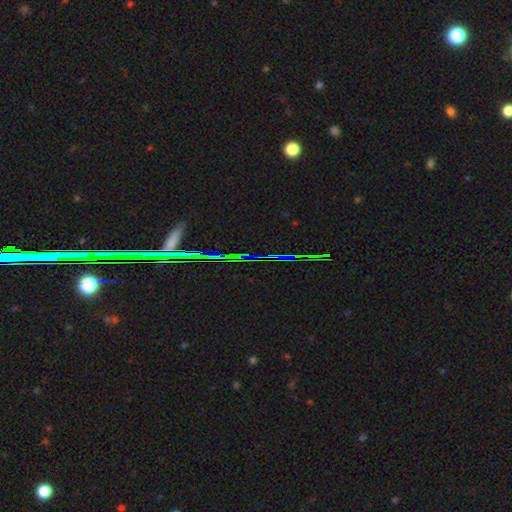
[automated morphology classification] A star or artifact, not a galaxy (81%).

Vote fractions:
- Smooth or featured? star or artifact: 81% / featured or disk: 10% / smooth: 9%